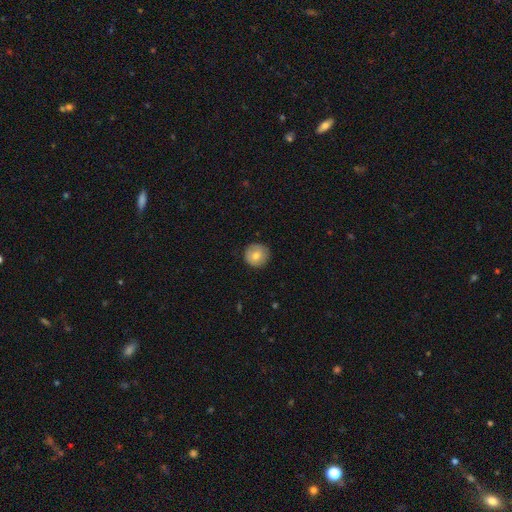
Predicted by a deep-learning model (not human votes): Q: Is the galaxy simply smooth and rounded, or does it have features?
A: smooth — 74%.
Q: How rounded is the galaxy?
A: round — 95%.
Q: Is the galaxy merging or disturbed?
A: none — 88%.